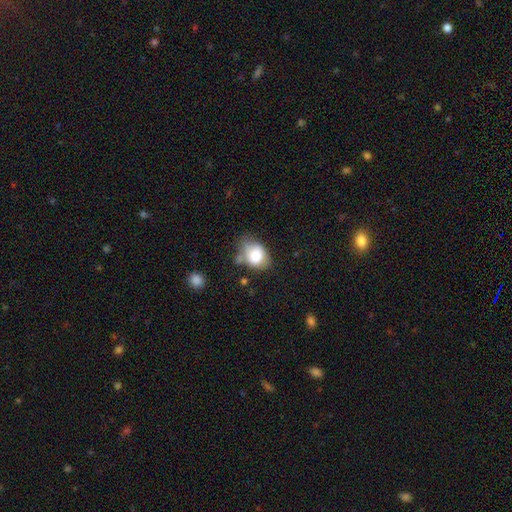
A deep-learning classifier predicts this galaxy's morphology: Smooth or featured? smooth (77%)
How rounded? in between (68%)
Merging? none (37%)